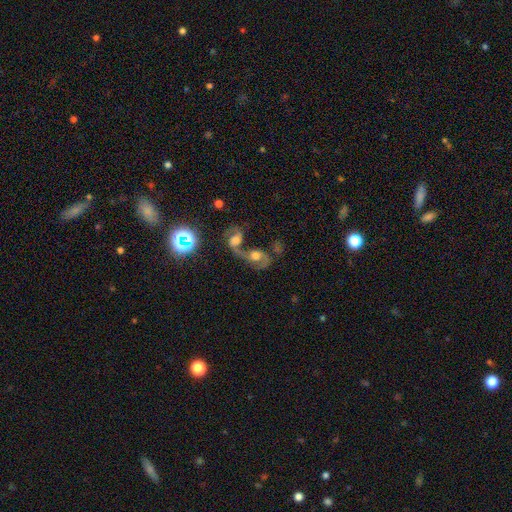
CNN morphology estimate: Smooth or featured? featured or disk (58%)
Edge-on disk? no (96%)
Bar? no (69%)
Spiral arms? yes (78%)
Bulge size? moderate (50%)
Merging? merger (78%)